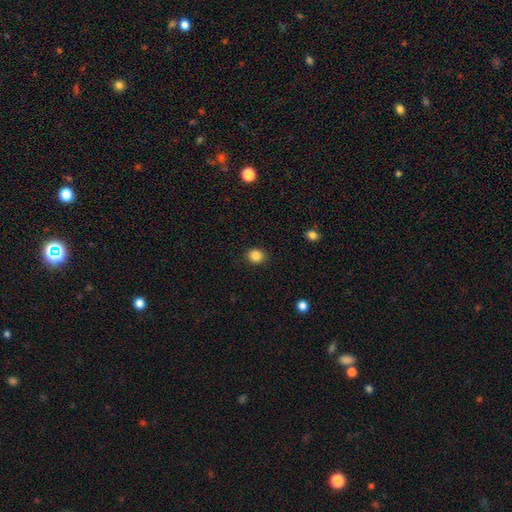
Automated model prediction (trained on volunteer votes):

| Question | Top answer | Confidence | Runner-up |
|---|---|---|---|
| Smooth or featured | smooth | 85% | star or artifact (11%) |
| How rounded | round | 71% | in between (28%) |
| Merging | none | 90% | minor disturbance (7%) |